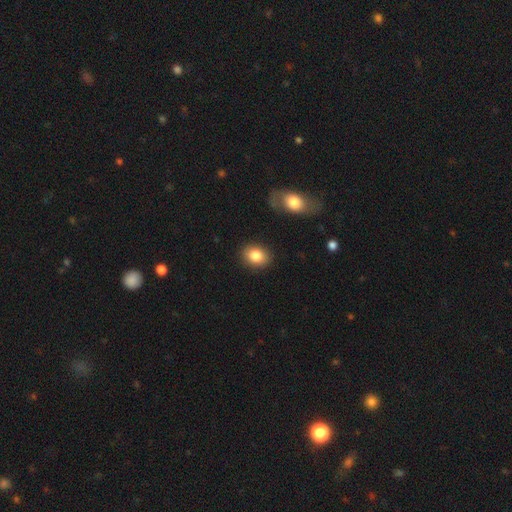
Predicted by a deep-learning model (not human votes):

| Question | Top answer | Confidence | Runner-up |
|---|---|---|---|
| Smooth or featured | smooth | 84% | star or artifact (8%) |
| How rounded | in between | 55% | round (43%) |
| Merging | none | 88% | minor disturbance (8%) |